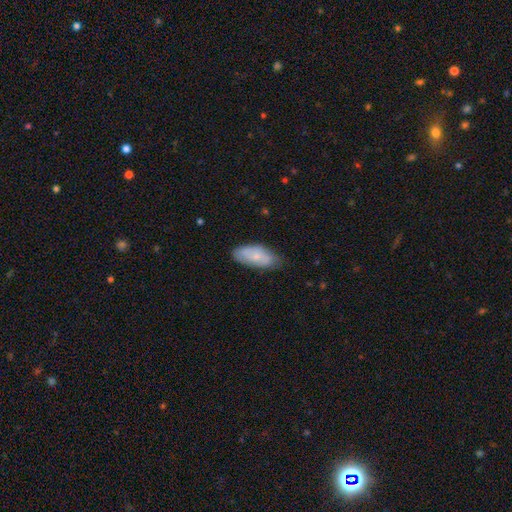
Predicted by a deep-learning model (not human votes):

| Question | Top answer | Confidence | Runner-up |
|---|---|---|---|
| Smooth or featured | smooth | 64% | featured or disk (29%) |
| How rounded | in between | 87% | cigar-shaped (11%) |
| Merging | none | 72% | minor disturbance (23%) |